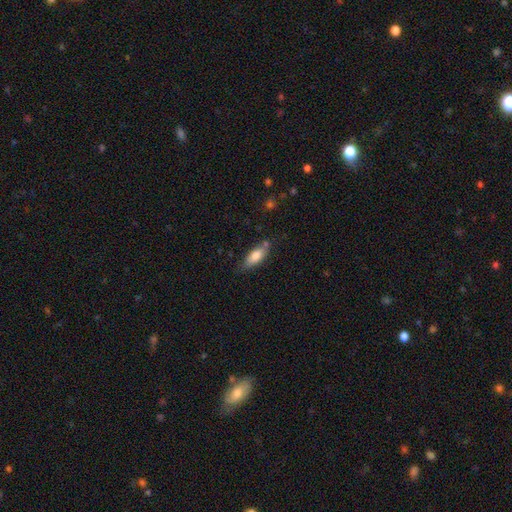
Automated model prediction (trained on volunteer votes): Smooth or featured: smooth — 77% (featured or disk — 16%)
How rounded: in between — 73% (cigar-shaped — 25%)
Merging: none — 66% (minor disturbance — 22%)